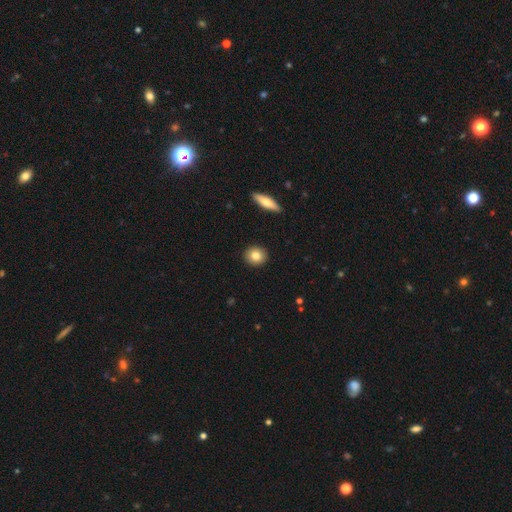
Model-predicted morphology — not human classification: smooth-or-featured: smooth: 81% | featured or disk: 11% | star or artifact: 8%
  how-rounded: round: 82% | in between: 16% | cigar-shaped: 2%
  merging: none: 92% | minor disturbance: 5% | major disturbance: 2% | merger: 1%